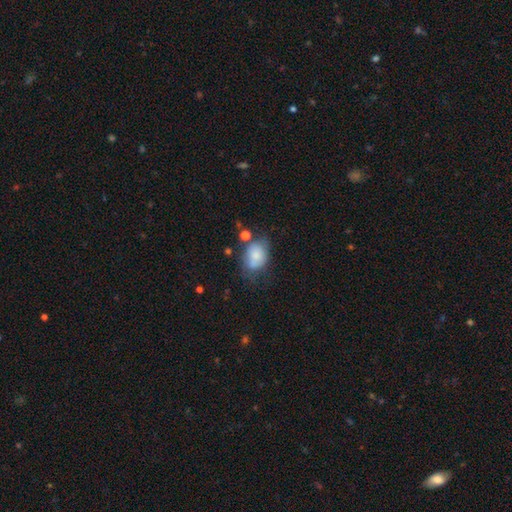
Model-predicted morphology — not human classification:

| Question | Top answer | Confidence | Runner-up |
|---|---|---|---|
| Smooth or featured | smooth | 73% | featured or disk (19%) |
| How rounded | in between | 72% | round (27%) |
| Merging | none | 42% | minor disturbance (30%) |